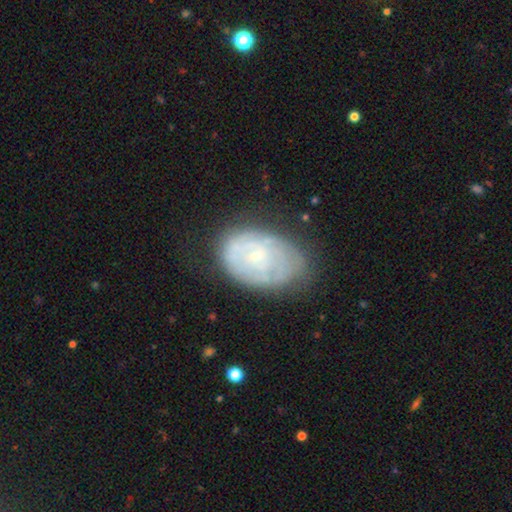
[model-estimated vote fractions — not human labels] smooth-or-featured: featured or disk: 61% | smooth: 31% | star or artifact: 8%
  disk-edge-on: no: 96% | yes: 4%
    bar: no: 82% | weak: 15% | strong: 3%
    has-spiral-arms: yes: 58% | no: 42%
    bulge-size: small: 78% | moderate: 16% | none: 3% | large: 1% | dominant: 1%
  merging: none: 56% | minor disturbance: 28% | major disturbance: 14% | merger: 2%